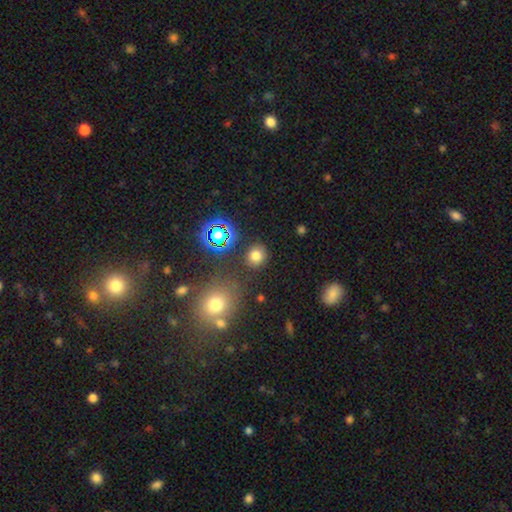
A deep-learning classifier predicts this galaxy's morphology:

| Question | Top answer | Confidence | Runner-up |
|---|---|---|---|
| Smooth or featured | smooth | 74% | star or artifact (19%) |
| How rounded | round | 79% | in between (20%) |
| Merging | none | 85% | minor disturbance (8%) |